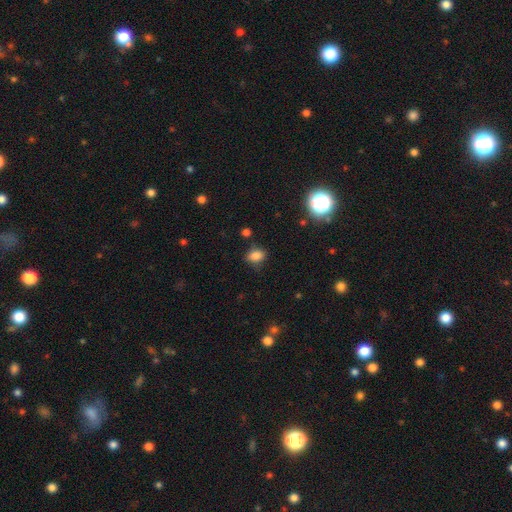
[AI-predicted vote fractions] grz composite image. It shows a smooth galaxy with no disk features (82%) that is in between round and cigar-shaped (66%). Merging: none (74%).